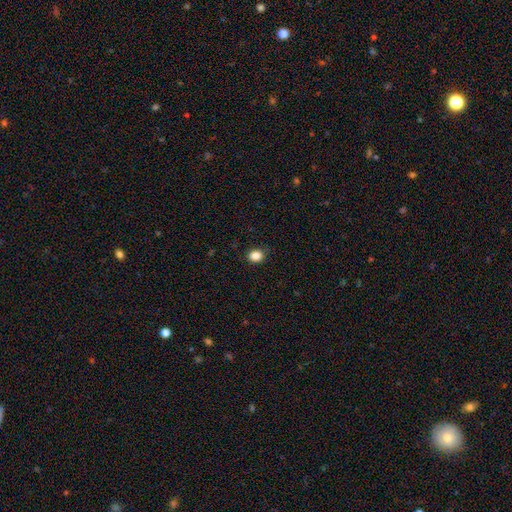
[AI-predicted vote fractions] This is clearly a smooth galaxy (86%). How rounded: possibly round (51%). Merging: clearly none (87%).